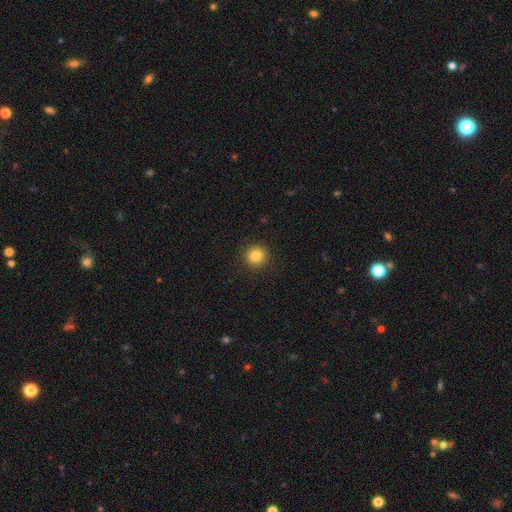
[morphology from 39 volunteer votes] smooth-or-featured: smooth: 85% | star or artifact: 10% | featured or disk: 5%
  how-rounded: round: 97% | in between: 3% | cigar-shaped: 0%
  merging: none: 94% | minor disturbance: 6% | major disturbance: 0% | merger: 0%